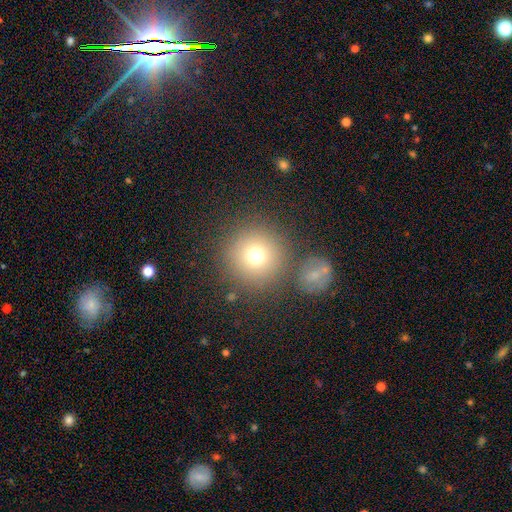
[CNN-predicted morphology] Smooth or featured? Predicted: smooth (p=0.74). How rounded? Predicted: round (p=0.94). Merging? Predicted: none (p=0.77).